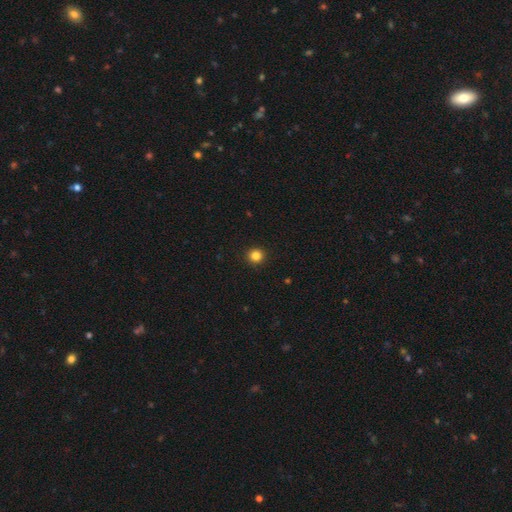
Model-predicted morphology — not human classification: Q: Smooth or featured?
A: smooth (84%); runner-up: star or artifact (12%)
Q: How rounded?
A: round (93%); runner-up: in between (6%)
Q: Merging?
A: none (93%); runner-up: minor disturbance (4%)